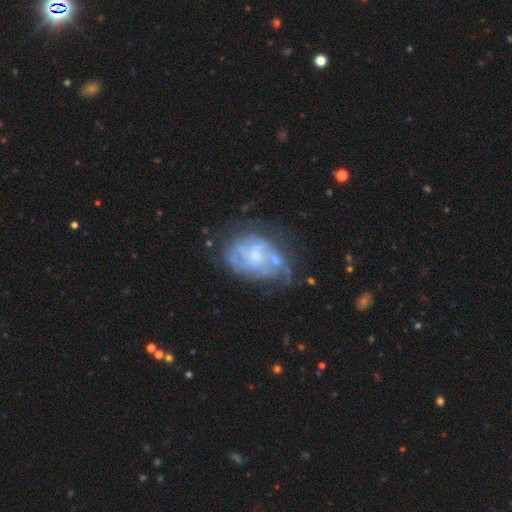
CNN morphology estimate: smooth_or_featured: featured or disk (p=0.74) [alt: smooth p=0.17]
disk_edge_on: no (p=0.98) [alt: yes p=0.02]
bar: no (p=0.67) [alt: weak p=0.29]
has_spiral_arms: yes (p=0.72) [alt: no p=0.28]
spiral_winding: tight (p=0.43) [alt: medium p=0.39]
spiral_arm_count: can't tell (p=0.46) [alt: 2 p=0.24]
bulge_size: small (p=0.45) [alt: moderate p=0.30]
merging: none (p=0.45) [alt: minor disturbance p=0.26]